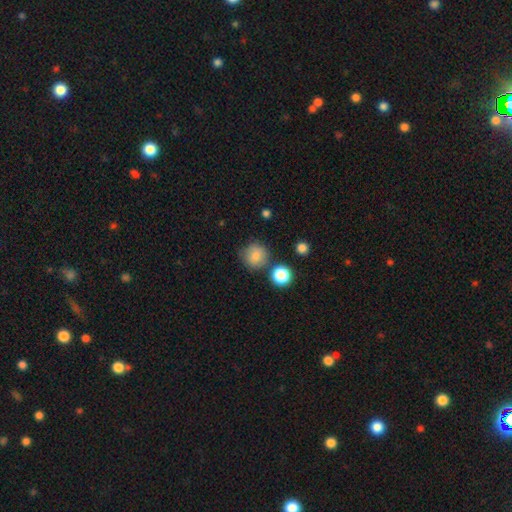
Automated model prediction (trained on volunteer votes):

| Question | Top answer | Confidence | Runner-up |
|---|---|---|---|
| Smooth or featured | smooth | 82% | star or artifact (11%) |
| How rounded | round | 93% | in between (6%) |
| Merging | none | 78% | minor disturbance (11%) |